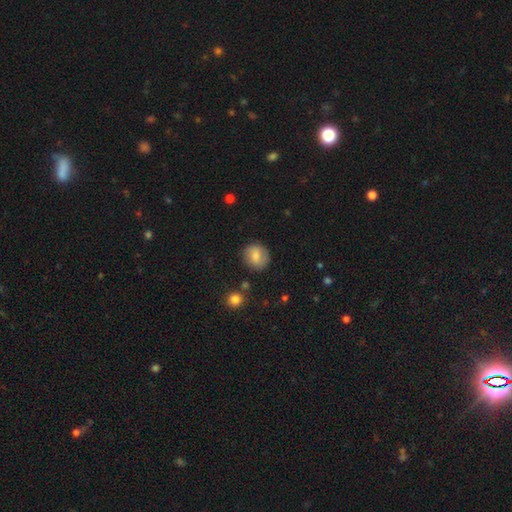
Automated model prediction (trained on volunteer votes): Morphology: type=smooth (75%); roundness=round (85%); merging=none (83%).